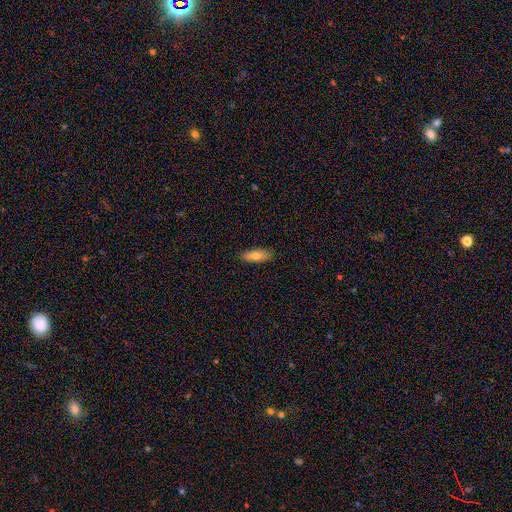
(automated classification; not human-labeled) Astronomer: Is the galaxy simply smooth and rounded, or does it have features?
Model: smooth — 75%.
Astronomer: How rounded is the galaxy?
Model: in between — 67%.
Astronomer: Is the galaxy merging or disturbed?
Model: none — 87%.